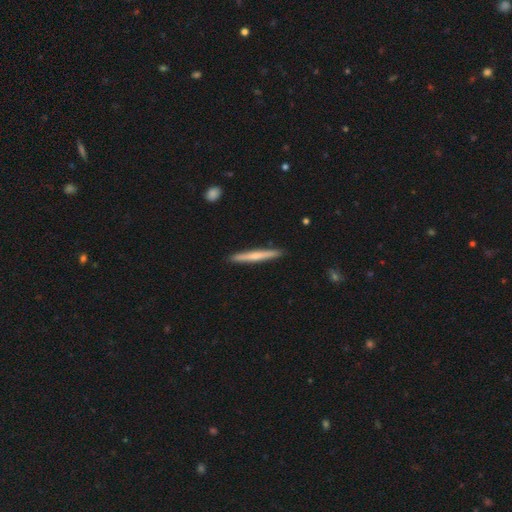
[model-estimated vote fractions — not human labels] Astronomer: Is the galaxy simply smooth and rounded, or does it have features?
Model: smooth — 48% (runner-up: featured or disk, 46%).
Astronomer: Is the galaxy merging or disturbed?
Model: none — 92%.